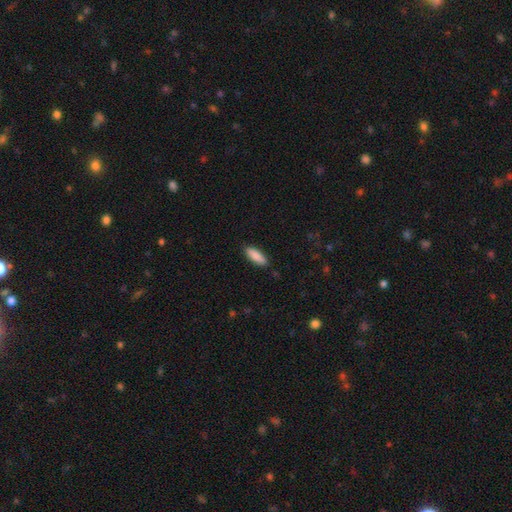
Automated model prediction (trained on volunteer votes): Overall: smooth (86%). How rounded: in between (62%; cigar-shaped 36%). Merging: none (87%).